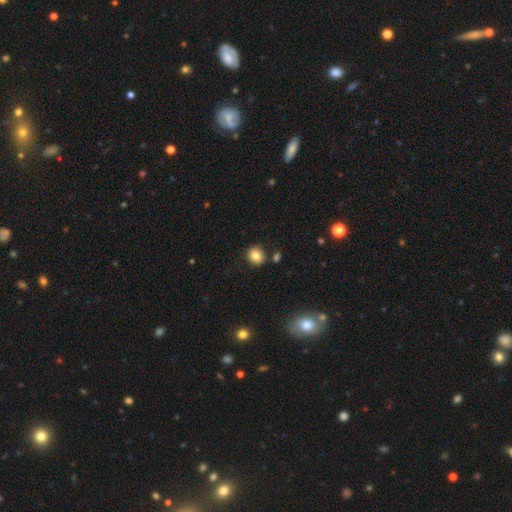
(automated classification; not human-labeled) This appears to be a smooth galaxy with no disk features (83%) that is round (82%). Merging: none (83%).